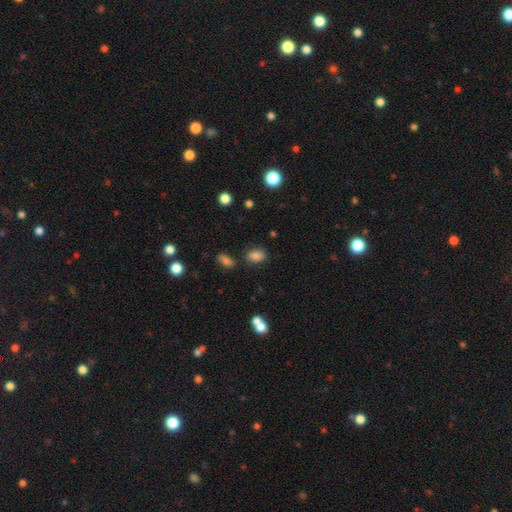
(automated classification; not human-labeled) The model was most divided on "how rounded": in between: 74%, round: 24%, cigar-shaped: 1%. More confident: smooth or featured — smooth (82%); merging — none (77%).